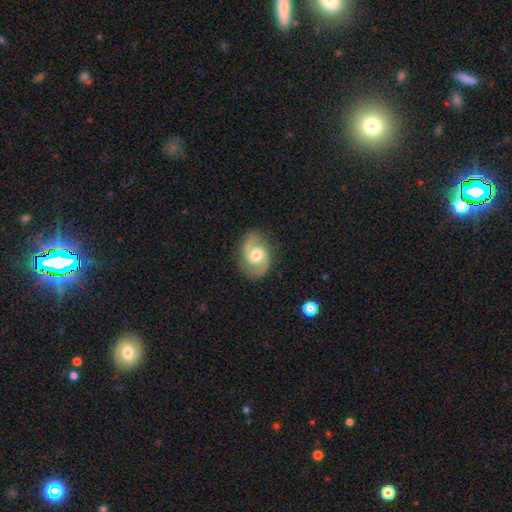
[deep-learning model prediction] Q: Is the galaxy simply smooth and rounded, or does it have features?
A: featured or disk — 84%.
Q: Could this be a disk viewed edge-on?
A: no — 98%.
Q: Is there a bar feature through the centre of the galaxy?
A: no — 49%.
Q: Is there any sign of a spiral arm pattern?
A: yes — 95%.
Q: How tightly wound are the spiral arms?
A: medium — 57%.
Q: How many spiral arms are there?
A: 2 — 92%.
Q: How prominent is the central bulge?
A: moderate — 72%.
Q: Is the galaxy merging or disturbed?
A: none — 81%.